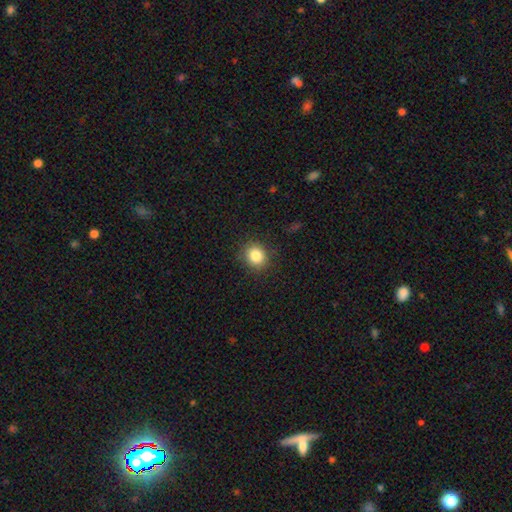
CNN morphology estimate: A smooth galaxy with no disk features (84%) that is round (79%).

Vote fractions:
- Smooth or featured? smooth: 84% / star or artifact: 11% / featured or disk: 6%
- How rounded? round: 79% / in between: 20% / cigar-shaped: 1%
- Merging? none: 88% / minor disturbance: 8% / major disturbance: 3% / merger: 1%